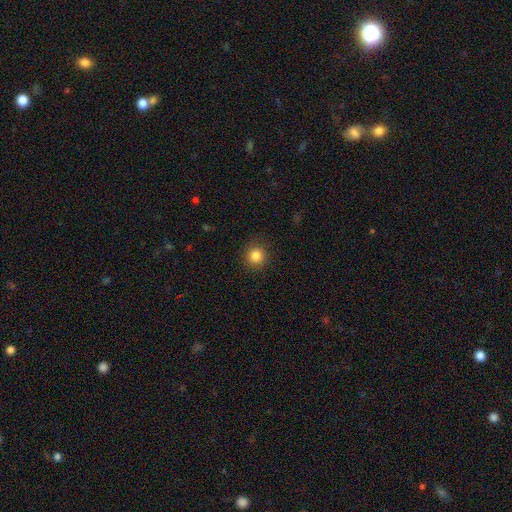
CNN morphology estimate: smooth_or_featured: smooth (p=0.84) [alt: star or artifact p=0.11]
how_rounded: round (p=0.92) [alt: in between p=0.07]
merging: none (p=0.90) [alt: minor disturbance p=0.07]